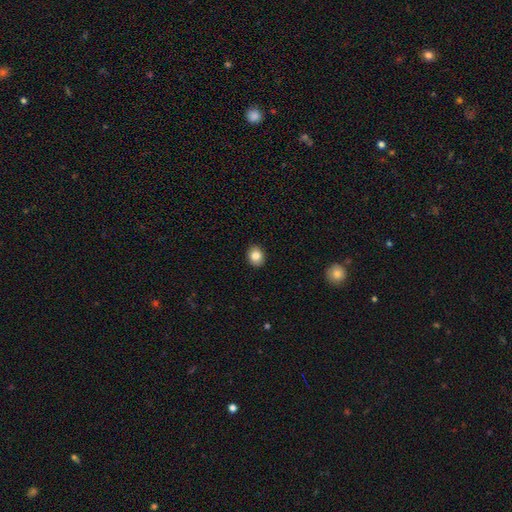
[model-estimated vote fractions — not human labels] The model was most divided on "how rounded": round: 56%, in between: 43%, cigar-shaped: 1%. More confident: merging — none (91%); smooth or featured — smooth (85%).